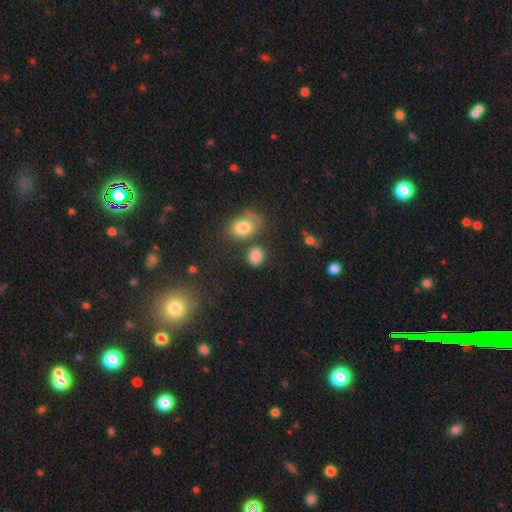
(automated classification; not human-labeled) A smooth galaxy with no disk features (83%) that is round (62%).

Vote fractions:
- Smooth or featured? smooth: 83% / star or artifact: 11% / featured or disk: 6%
- How rounded? round: 62% / in between: 37% / cigar-shaped: 1%
- Merging? none: 71% / minor disturbance: 13% / merger: 11% / major disturbance: 5%